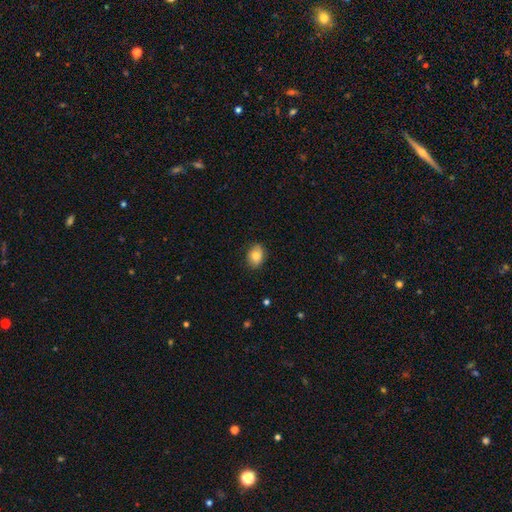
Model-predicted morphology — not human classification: Smooth or featured? smooth (80%)
How rounded? in between (65%)
Merging? none (84%)